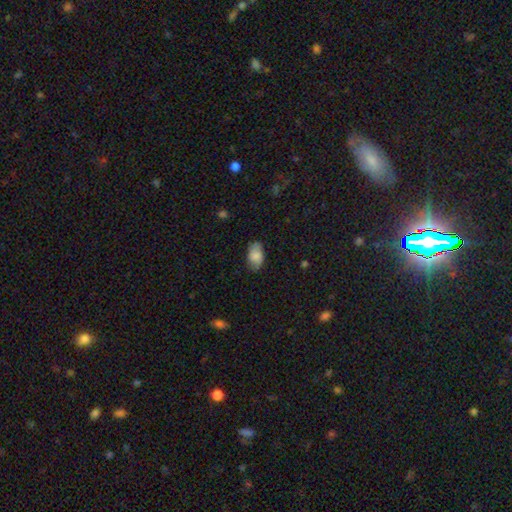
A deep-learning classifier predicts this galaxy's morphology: smooth-or-featured: smooth: 78% | featured or disk: 15% | star or artifact: 7%
  how-rounded: in between: 93% | round: 5% | cigar-shaped: 2%
  merging: none: 78% | minor disturbance: 17% | major disturbance: 4% | merger: 1%